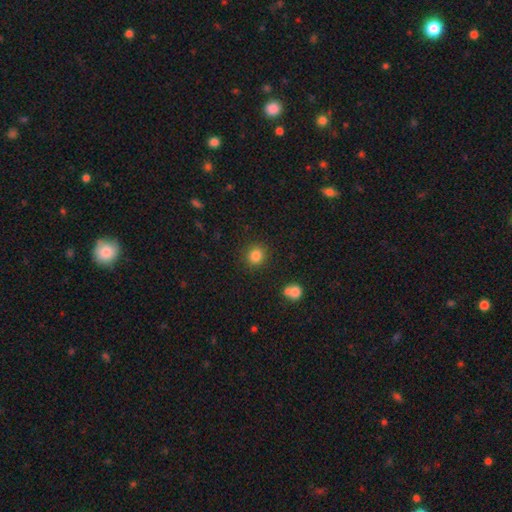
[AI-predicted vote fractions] Overall: smooth (84%). How rounded: round (80%). Merging: none (88%).